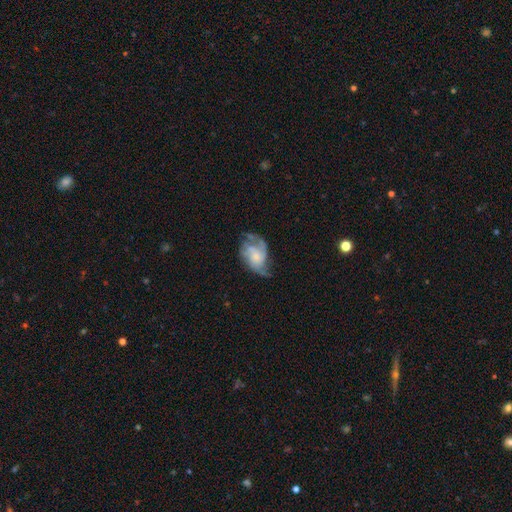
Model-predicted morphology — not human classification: featured or disk 73%, smooth 20%, star or artifact 7%. Down the decision tree: edge-on disk — no (98%); bar — no (75%); spiral arms — yes (88%); spiral arm count — 2 (29%); spiral winding — medium (44%); bulge size — small (40%); merging — none (46%).